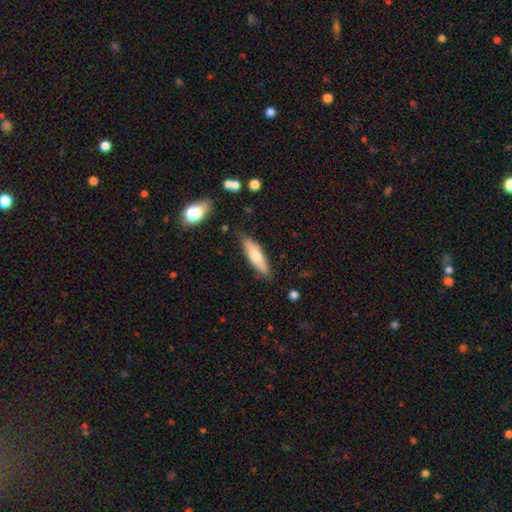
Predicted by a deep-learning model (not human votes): Overall: smooth (66%; featured or disk 28%). How rounded: cigar-shaped (65%; in between 33%). Merging: none (82%).